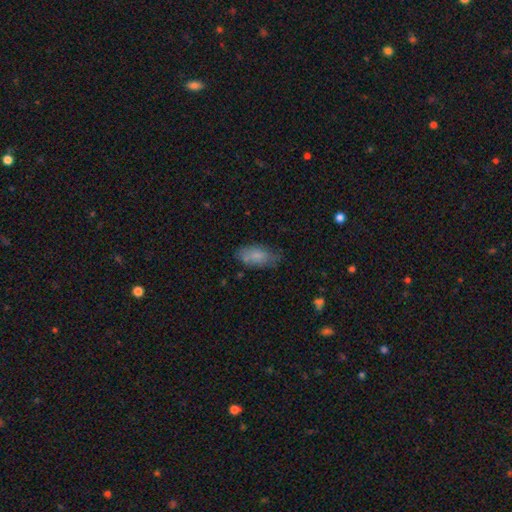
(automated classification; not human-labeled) Smooth or featured? Predicted: smooth (p=0.79). How rounded? Predicted: in between (p=0.88). Merging? Predicted: none (p=0.63).